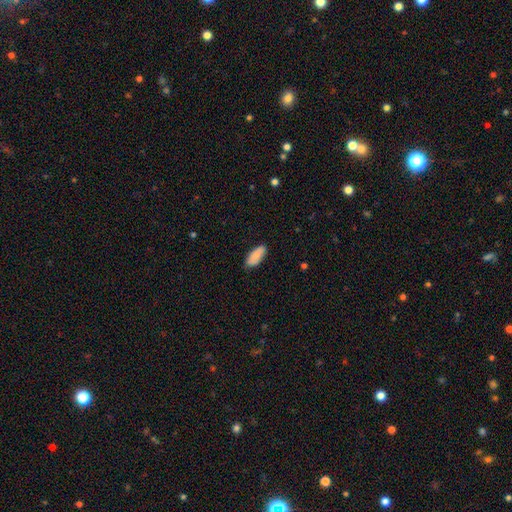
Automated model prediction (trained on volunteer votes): Smooth or featured? Predicted: smooth (p=0.81). How rounded? Predicted: in between (p=0.85). Merging? Predicted: none (p=0.84).